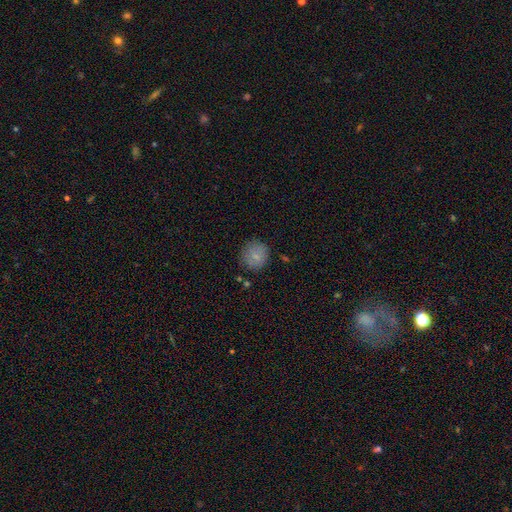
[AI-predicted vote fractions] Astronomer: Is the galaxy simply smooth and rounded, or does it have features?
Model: smooth — 81%.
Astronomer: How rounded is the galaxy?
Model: round — 87%.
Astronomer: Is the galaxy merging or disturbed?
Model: none — 80%.